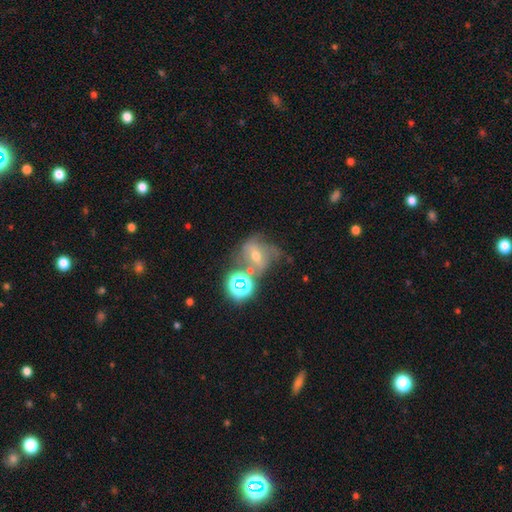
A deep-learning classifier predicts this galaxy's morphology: Smooth or featured? featured or disk (45%)
Merging? none (41%)